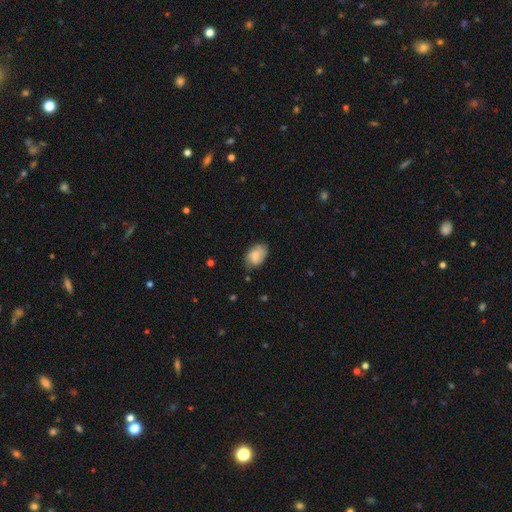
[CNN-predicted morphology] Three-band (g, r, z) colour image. It shows a smooth galaxy with no disk features (69%) that is in between round and cigar-shaped (89%). Merging: none (69%).